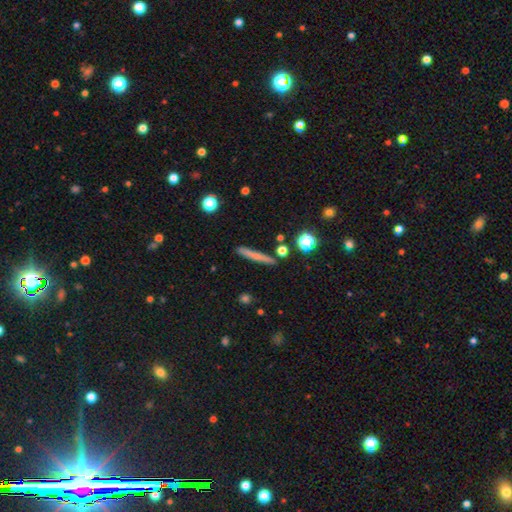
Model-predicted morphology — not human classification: Overall: smooth (63%; featured or disk 28%). How rounded: cigar-shaped (93%). Merging: none (87%).